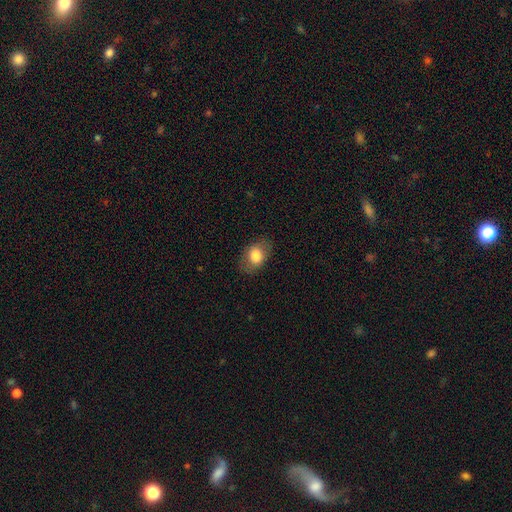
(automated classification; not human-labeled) Overall: smooth (77%). How rounded: in between (79%). Merging: none (81%).